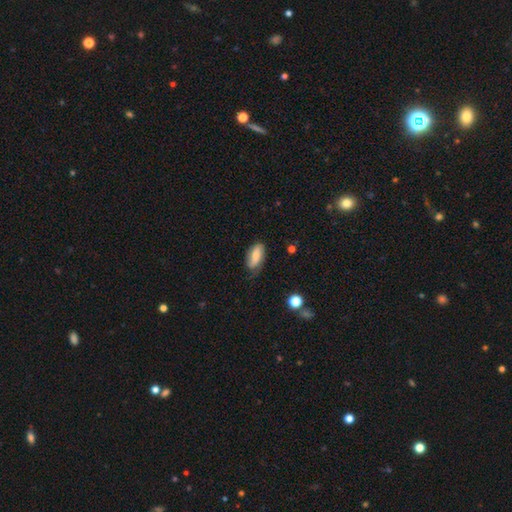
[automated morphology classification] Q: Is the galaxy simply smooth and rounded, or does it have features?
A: smooth — 73%.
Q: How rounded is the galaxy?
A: in between — 86%.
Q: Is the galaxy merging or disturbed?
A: none — 63%.